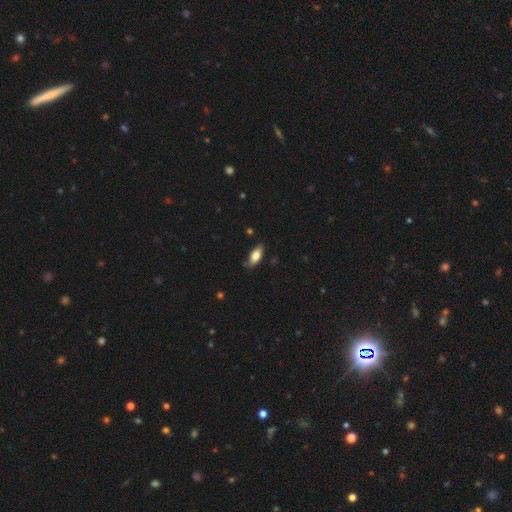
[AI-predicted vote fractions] Smooth or featured?
  - smooth: 76% *
  - featured or disk: 17%
  - star or artifact: 7%
How rounded?
  - in between: 85% *
  - cigar-shaped: 12%
  - round: 3%
Merging?
  - none: 78% *
  - minor disturbance: 17%
  - major disturbance: 3%
  - merger: 2%